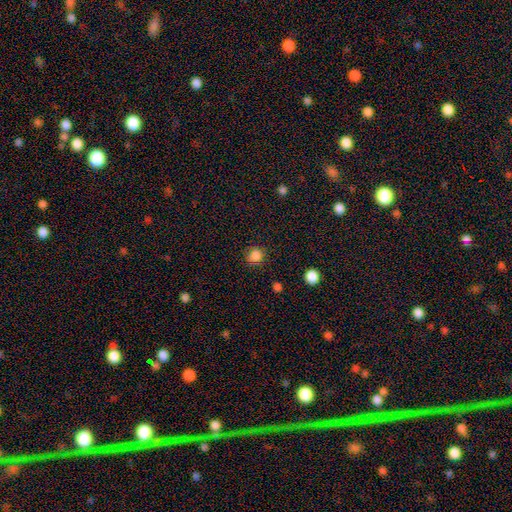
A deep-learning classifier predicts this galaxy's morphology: Smooth or featured? Predicted: smooth (p=0.84). How rounded? Predicted: round (p=0.88). Merging? Predicted: none (p=0.84).